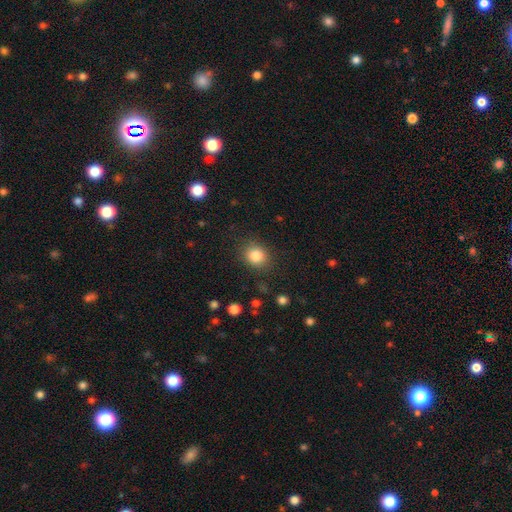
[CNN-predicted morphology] Smooth or featured? smooth (84%)
How rounded? round (70%)
Merging? none (85%)